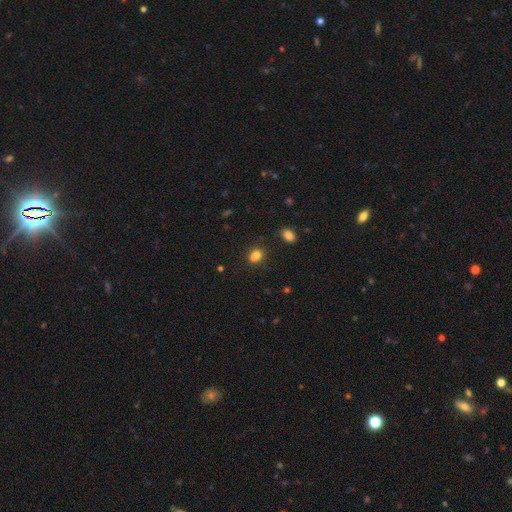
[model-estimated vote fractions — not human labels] smooth_or_featured: smooth (p=0.71) [alt: star or artifact p=0.17]
how_rounded: round (p=0.60) [alt: in between p=0.38]
merging: merger (p=0.46) [alt: none p=0.40]